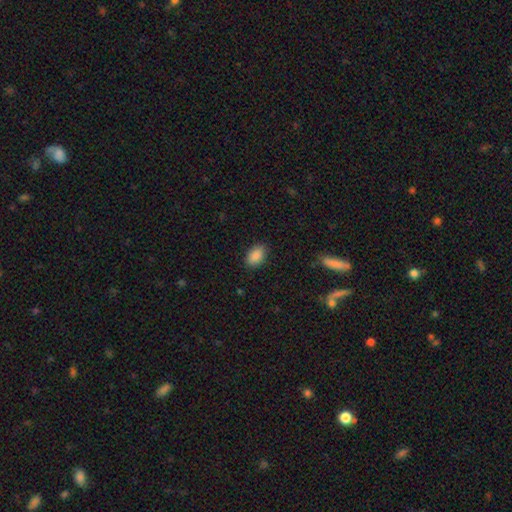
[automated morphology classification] smooth-or-featured: smooth: 88% | star or artifact: 8% | featured or disk: 4%
  how-rounded: in between: 88% | round: 10% | cigar-shaped: 1%
  merging: none: 87% | minor disturbance: 9% | major disturbance: 2% | merger: 1%